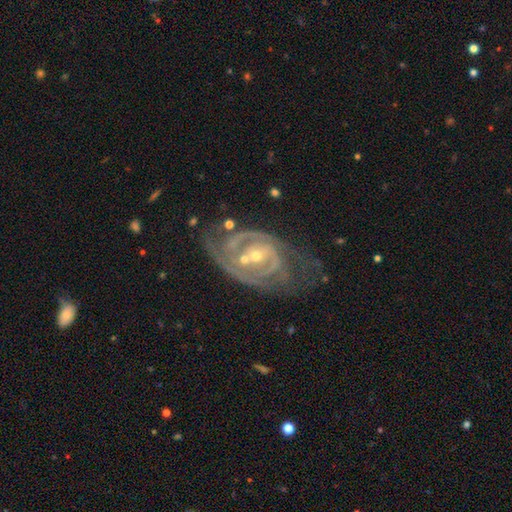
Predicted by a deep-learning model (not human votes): Smooth or featured?
  - featured or disk: 88% *
  - star or artifact: 6%
  - smooth: 6%
Edge-on disk?
  - no: 96% *
  - yes: 4%
Bar?
  - weak: 41% *
  - no: 39%
  - strong: 20%
Spiral arms?
  - yes: 93% *
  - no: 7%
Spiral winding?
  - tight: 62% *
  - medium: 31%
  - loose: 7%
Spiral arm count?
  - 2: 49% *
  - can't tell: 24%
  - 3: 14%
  - 1: 5%
  - 4: 5%
  - more than 4: 4%
Bulge size?
  - small: 62% *
  - moderate: 34%
  - large: 1%
  - none: 1%
  - dominant: 1%
Merging?
  - none: 51% *
  - minor disturbance: 24%
  - major disturbance: 19%
  - merger: 5%